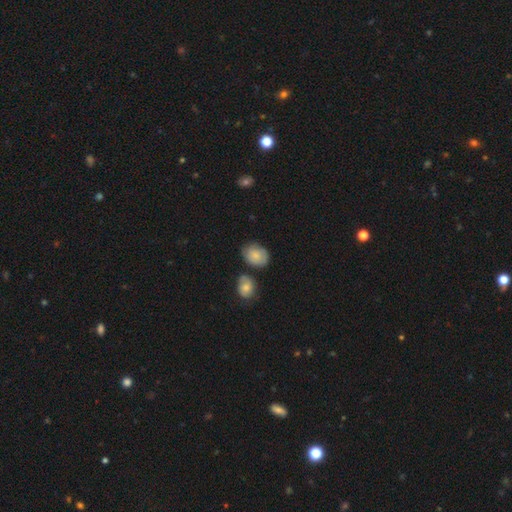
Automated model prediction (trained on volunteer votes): smooth-or-featured: smooth: 78% | featured or disk: 15% | star or artifact: 7%
  how-rounded: in between: 66% | round: 33% | cigar-shaped: 1%
  merging: none: 65% | minor disturbance: 20% | merger: 10% | major disturbance: 5%